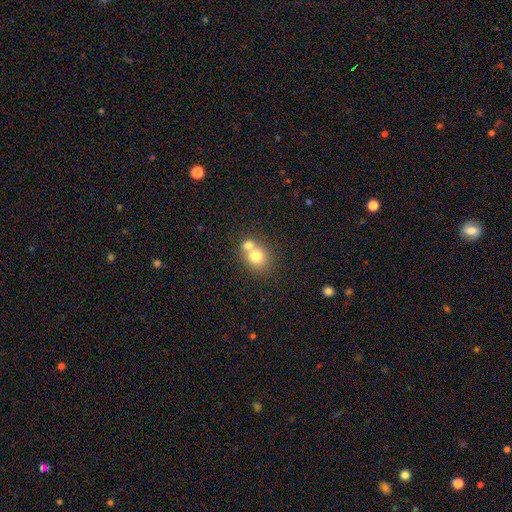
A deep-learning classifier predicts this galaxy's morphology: The model was most divided on "merging": merger: 57%, none: 34%, minor disturbance: 6%, major disturbance: 3%. More confident: how rounded — round (76%); smooth or featured — smooth (74%).